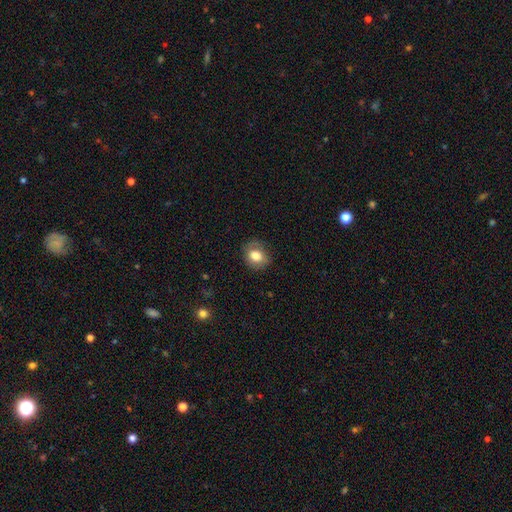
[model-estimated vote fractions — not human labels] smooth-or-featured: smooth: 78% | featured or disk: 13% | star or artifact: 9%
  how-rounded: round: 58% | in between: 41% | cigar-shaped: 1%
  merging: none: 74% | minor disturbance: 19% | major disturbance: 5% | merger: 1%